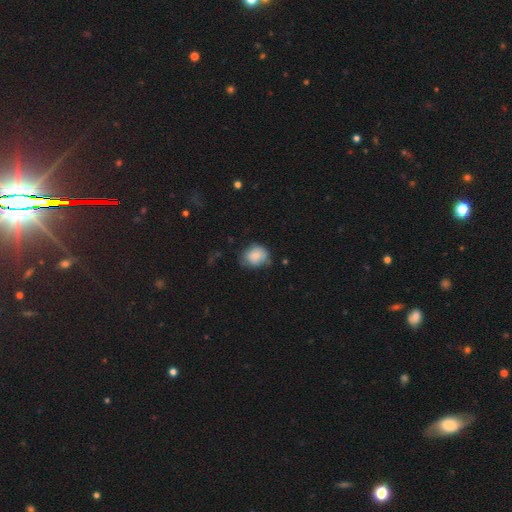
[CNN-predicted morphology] smooth 78%, featured or disk 14%, star or artifact 8%. Down the decision tree: how rounded — round (62%); merging — none (53%).